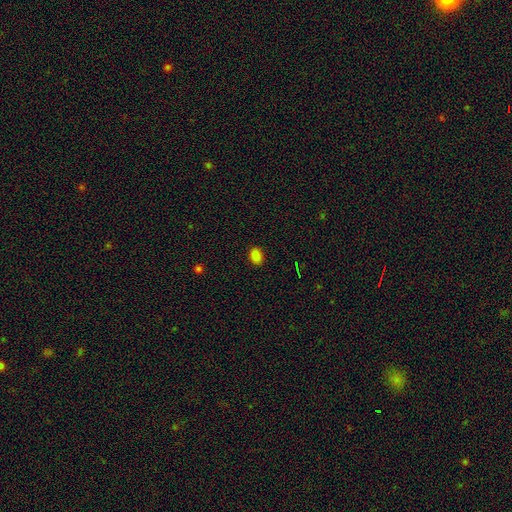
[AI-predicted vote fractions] The model was most divided on "how rounded": in between: 76%, round: 23%, cigar-shaped: 1%. More confident: merging — none (88%); smooth or featured — smooth (83%).